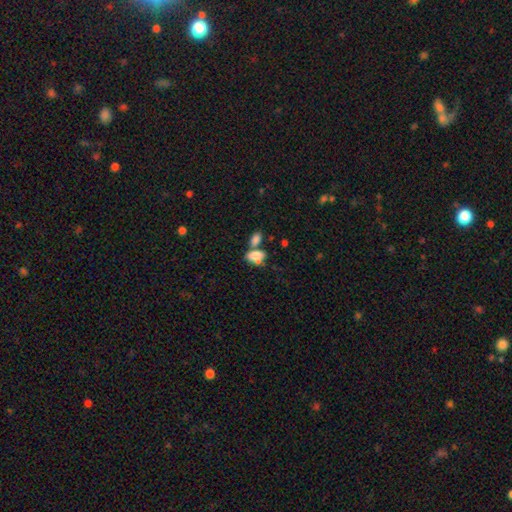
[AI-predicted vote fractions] Smooth or featured? Predicted: smooth (p=0.75). How rounded? Predicted: in between (p=0.86). Merging? Predicted: merger (p=0.52).